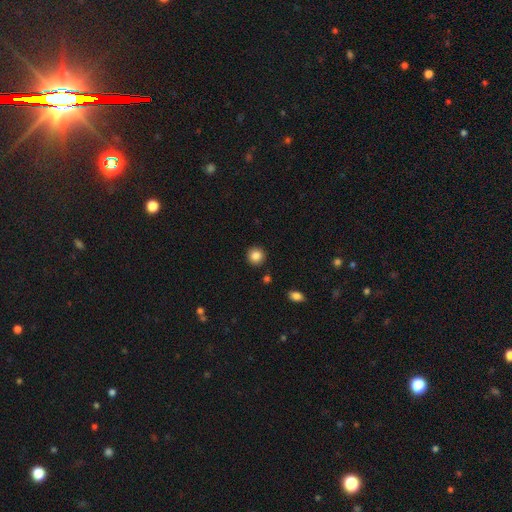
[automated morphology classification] The model was most divided on "smooth or featured": smooth: 86%, star or artifact: 10%, featured or disk: 5%. More confident: how rounded — round (94%); merging — none (92%).